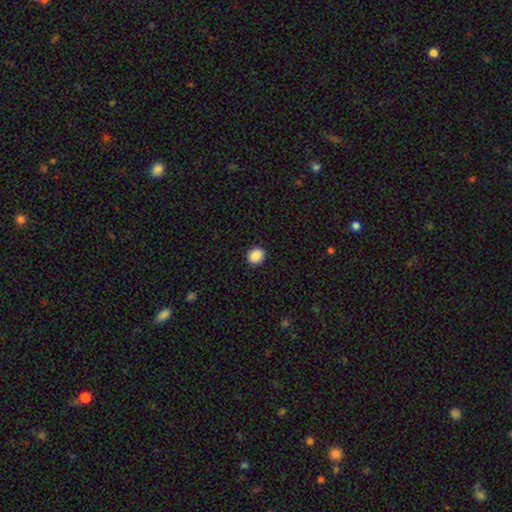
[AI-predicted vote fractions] This is clearly a smooth galaxy (89%). How rounded: likely round (76%). Merging: clearly none (92%).